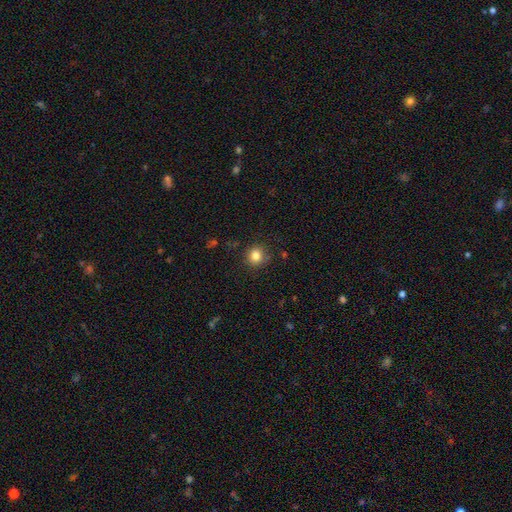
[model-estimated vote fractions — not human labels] A smooth galaxy with no disk features (83%) that is round (90%).

Vote fractions:
- Smooth or featured? smooth: 83% / star or artifact: 11% / featured or disk: 5%
- How rounded? round: 90% / in between: 9% / cigar-shaped: 1%
- Merging? none: 87% / minor disturbance: 9% / major disturbance: 3% / merger: 2%